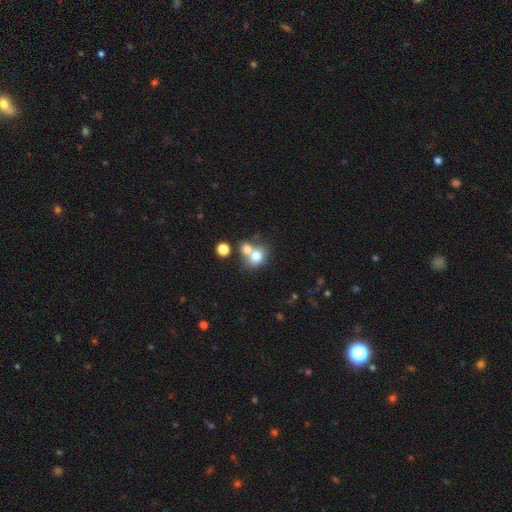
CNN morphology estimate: This is likely a smooth galaxy (73%). How rounded: likely round (65%). Merging: possibly merger (52%).